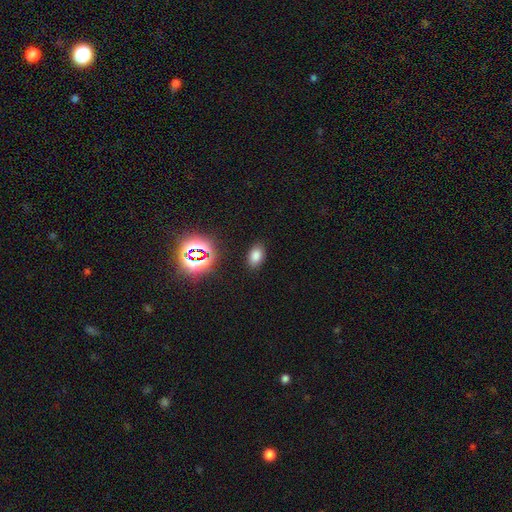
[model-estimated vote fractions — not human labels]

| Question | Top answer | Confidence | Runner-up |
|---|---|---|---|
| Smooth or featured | smooth | 75% | star or artifact (19%) |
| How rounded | in between | 87% | round (12%) |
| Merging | none | 86% | minor disturbance (10%) |